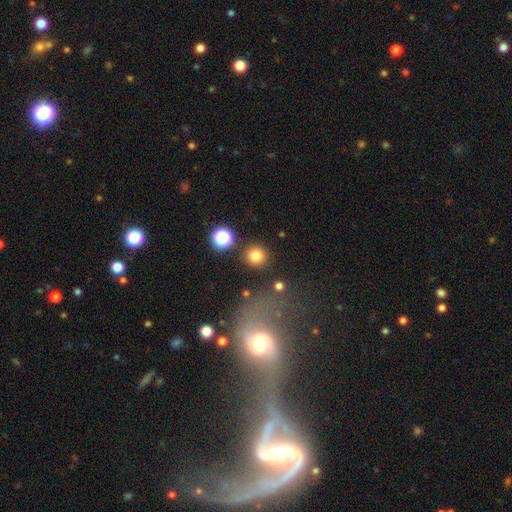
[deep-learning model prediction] Smooth or featured? smooth (80%)
How rounded? round (93%)
Merging? none (86%)